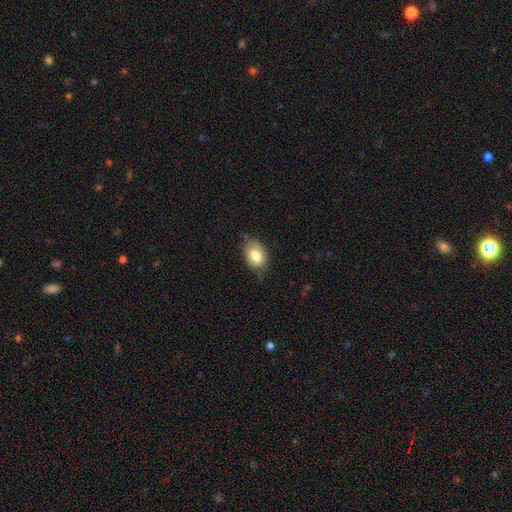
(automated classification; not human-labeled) Smooth or featured? smooth (78%)
How rounded? in between (83%)
Merging? none (63%)